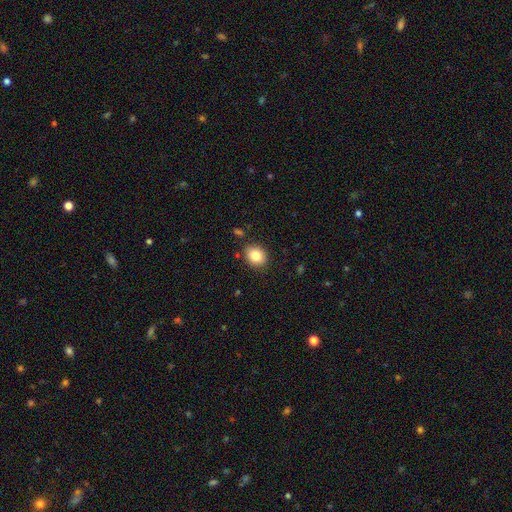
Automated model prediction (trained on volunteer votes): A smooth galaxy with no disk features (84%) that is round (56%).

Vote fractions:
- Smooth or featured? smooth: 84% / star or artifact: 9% / featured or disk: 7%
- How rounded? round: 56% / in between: 43% / cigar-shaped: 1%
- Merging? none: 86% / minor disturbance: 9% / major disturbance: 2% / merger: 2%